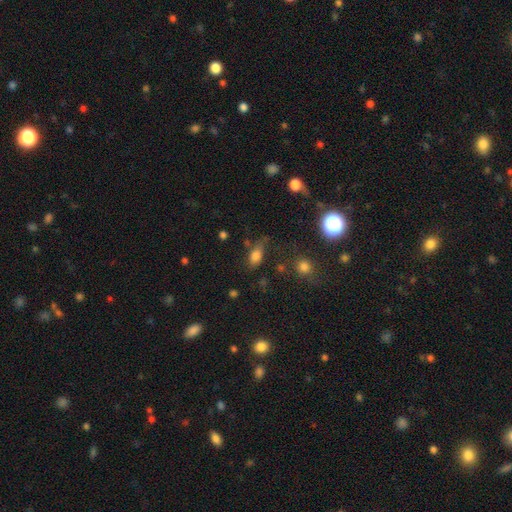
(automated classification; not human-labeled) This is likely a smooth galaxy (75%). How rounded: clearly in between (81%). Merging: possibly none (55%).